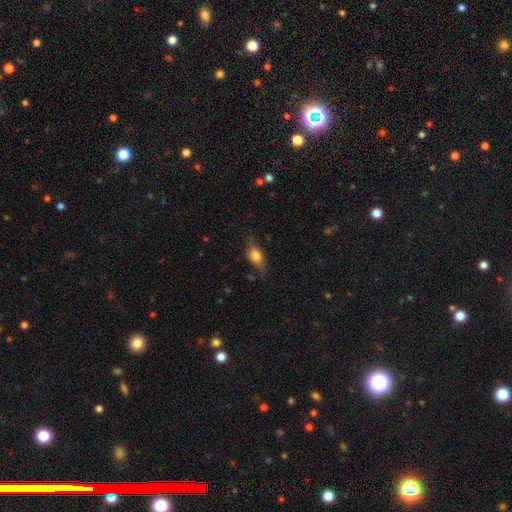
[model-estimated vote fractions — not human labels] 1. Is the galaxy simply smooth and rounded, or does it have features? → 71% smooth, 21% featured or disk, 8% star or artifact.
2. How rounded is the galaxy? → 77% in between, 13% cigar-shaped, 10% round.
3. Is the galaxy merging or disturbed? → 66% none, 25% minor disturbance, 8% major disturbance, 2% merger.